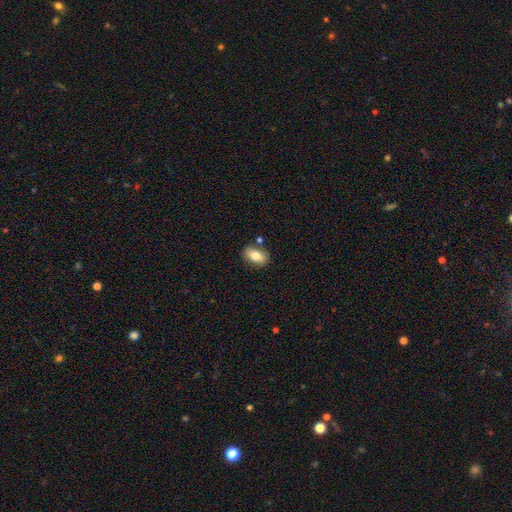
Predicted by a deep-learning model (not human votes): Smooth or featured? smooth (78%)
How rounded? in between (87%)
Merging? none (79%)